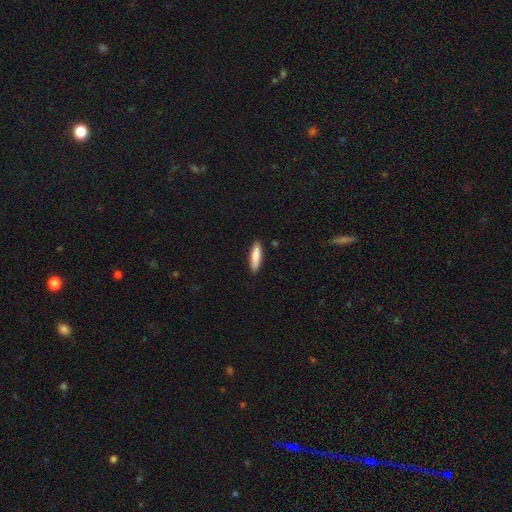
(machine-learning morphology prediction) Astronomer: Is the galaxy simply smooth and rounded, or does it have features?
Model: smooth — 86%.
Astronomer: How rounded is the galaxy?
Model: cigar-shaped — 68%.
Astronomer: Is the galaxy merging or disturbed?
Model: none — 87%.